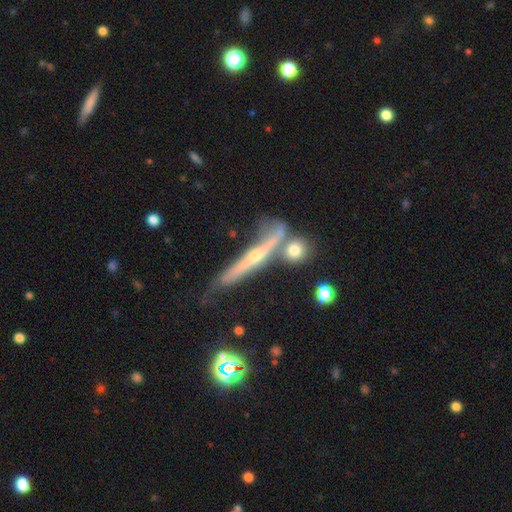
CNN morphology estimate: This appears to be a featured or disk galaxy (72%) viewed edge-on (91%) with a rounded central bulge (73%). Merging: none (54%).